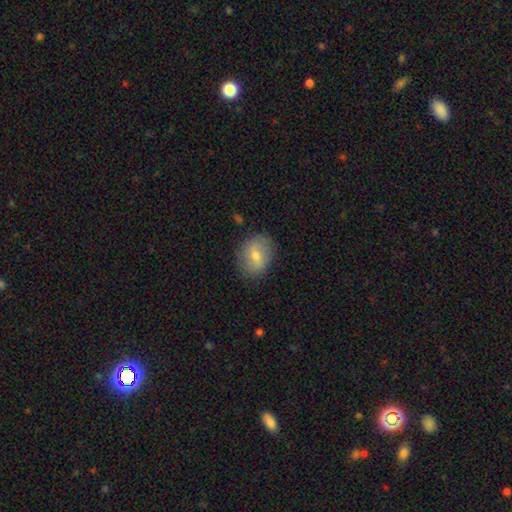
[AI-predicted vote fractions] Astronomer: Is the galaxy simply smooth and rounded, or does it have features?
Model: smooth — 61%.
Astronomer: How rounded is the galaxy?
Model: in between — 55% (runner-up: round, 43%).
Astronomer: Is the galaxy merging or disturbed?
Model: none — 82%.